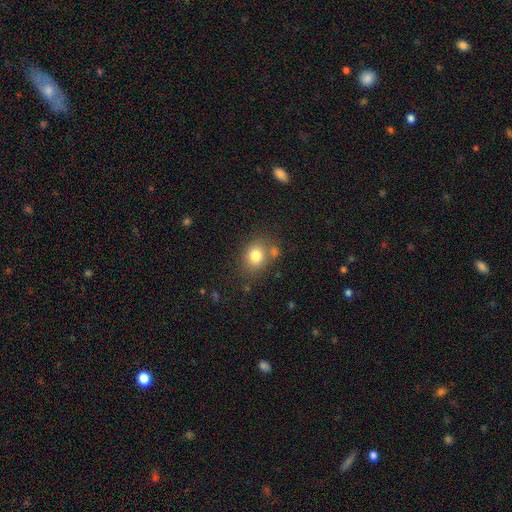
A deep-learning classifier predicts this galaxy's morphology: This is likely a smooth galaxy (79%). How rounded: possibly round (57%). Merging: likely none (68%).